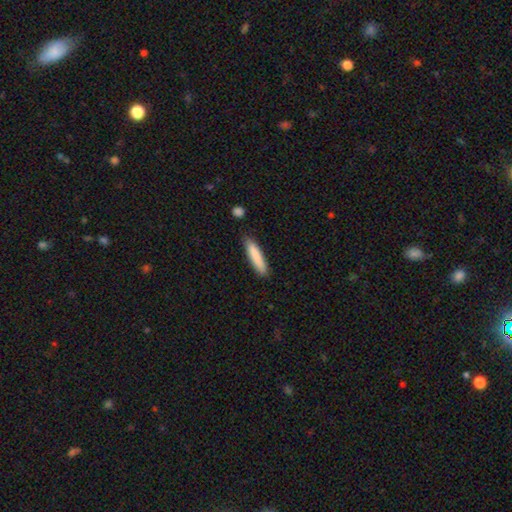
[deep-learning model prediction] A smooth galaxy with no disk features (85%) that is cigar-shaped (80%). Merging: none (85%).